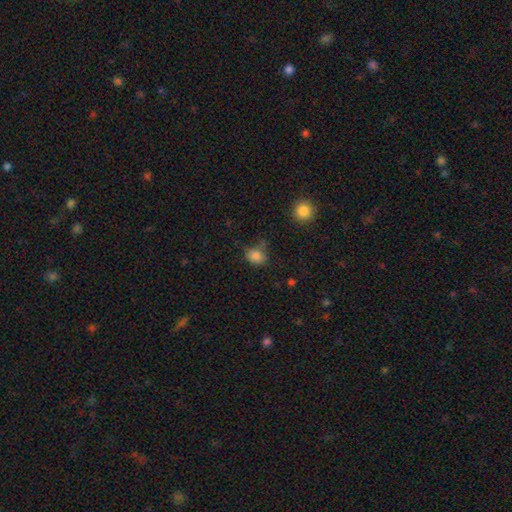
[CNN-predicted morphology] Smooth or featured? smooth (82%)
How rounded? round (52%)
Merging? none (58%)